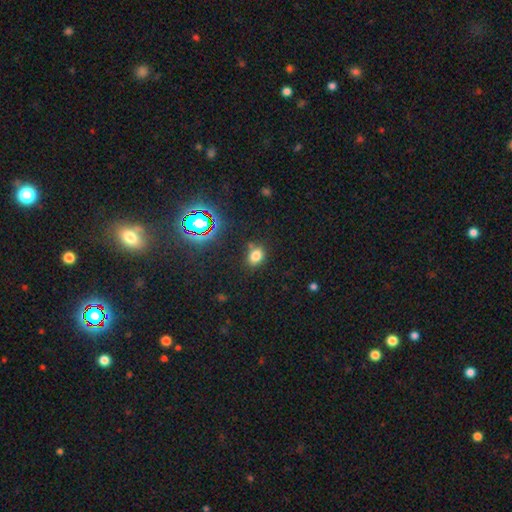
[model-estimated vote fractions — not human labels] smooth 75%, star or artifact 18%, featured or disk 7%. Down the decision tree: how rounded — in between (60%); merging — none (75%).